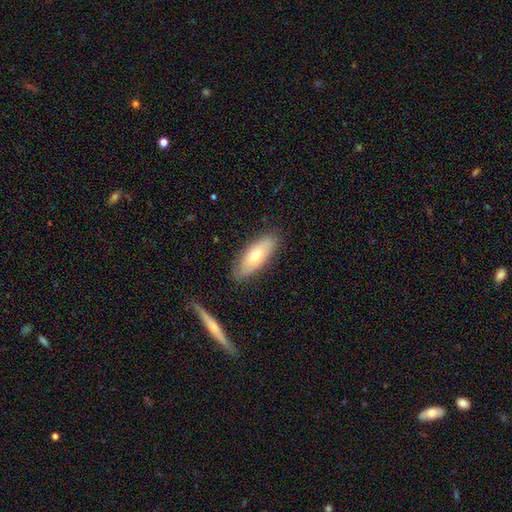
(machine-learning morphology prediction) Smooth or featured? Predicted: smooth (p=0.58). How rounded? Predicted: in between (p=0.78). Merging? Predicted: none (p=0.82).